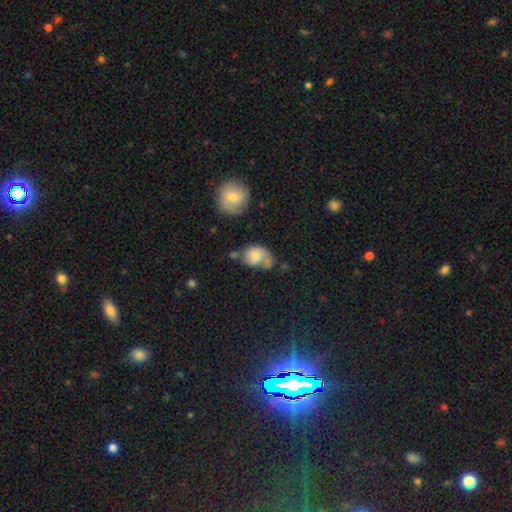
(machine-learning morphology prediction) A smooth galaxy with no disk features (53%) that is in between round and cigar-shaped (62%). Merging: none (32%).